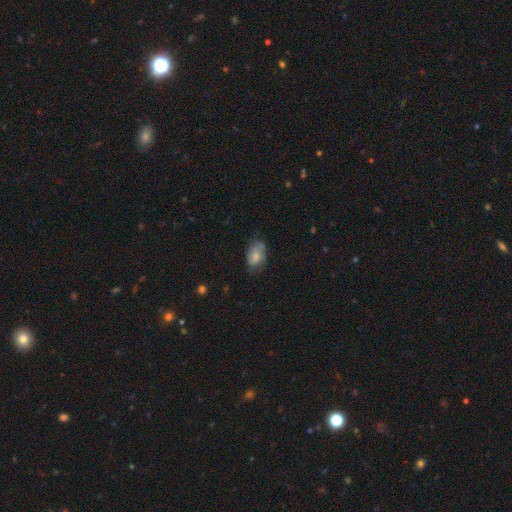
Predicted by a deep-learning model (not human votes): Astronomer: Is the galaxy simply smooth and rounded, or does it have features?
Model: smooth — 71%.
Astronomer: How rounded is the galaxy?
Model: in between — 90%.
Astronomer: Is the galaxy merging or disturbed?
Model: none — 61%.